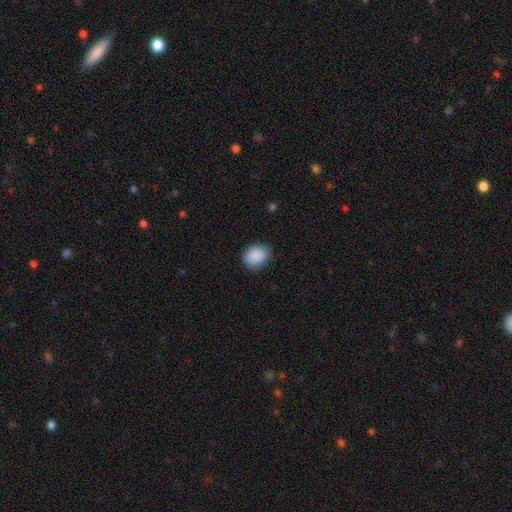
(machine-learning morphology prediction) A smooth galaxy with no disk features (90%) that is in between round and cigar-shaped (54%). Merging: none (81%).